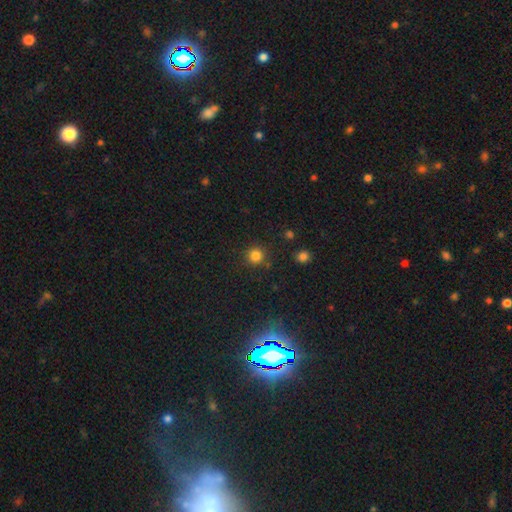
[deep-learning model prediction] smooth_or_featured: smooth (p=0.82) [alt: star or artifact p=0.14]
how_rounded: round (p=0.94) [alt: in between p=0.05]
merging: none (p=0.87) [alt: minor disturbance p=0.08]